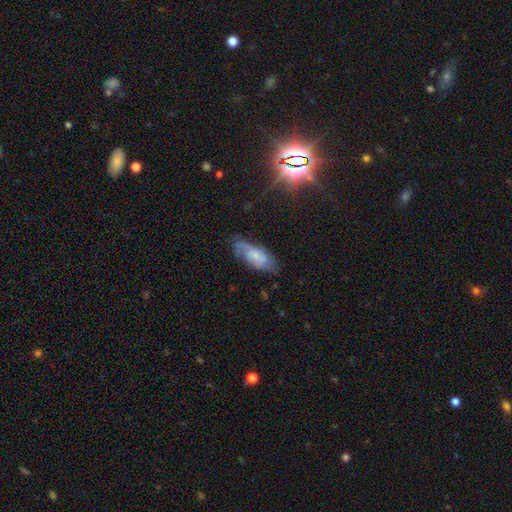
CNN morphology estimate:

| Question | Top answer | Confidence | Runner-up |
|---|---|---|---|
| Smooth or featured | featured or disk | 57% | smooth (33%) |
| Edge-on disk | no | 89% | yes (11%) |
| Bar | no | 64% | weak (31%) |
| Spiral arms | yes | 85% | no (15%) |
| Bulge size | small | 54% | moderate (26%) |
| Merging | none | 63% | minor disturbance (25%) |